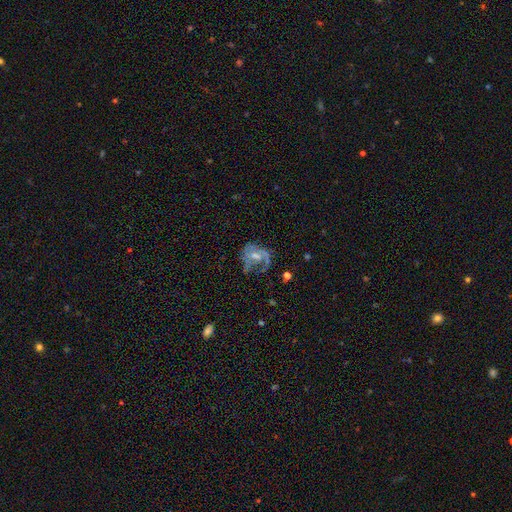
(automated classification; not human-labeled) This is likely a featured or disk galaxy (70%). It is clearly not viewed edge-on (97%). Bar: possibly no (56%). Spiral arm pattern: likely yes (75%). Spiral arm count: marginally 2 (37%). Spiral winding: marginally medium (43%). Central bulge: possibly moderate (54%). Merging: possibly none (48%).